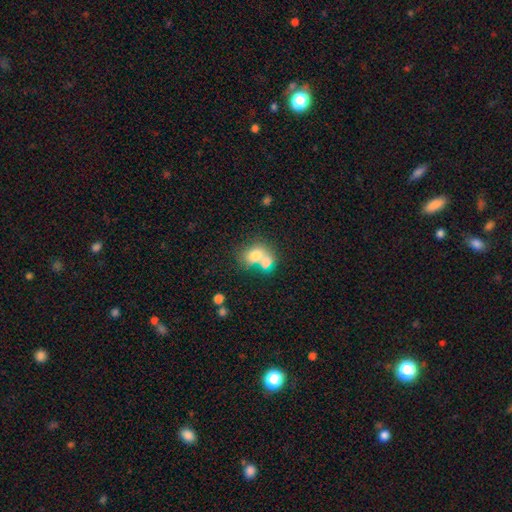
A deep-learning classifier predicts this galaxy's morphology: smooth 71%, featured or disk 19%, star or artifact 10%. Down the decision tree: how rounded — in between (58%); merging — merger (57%).